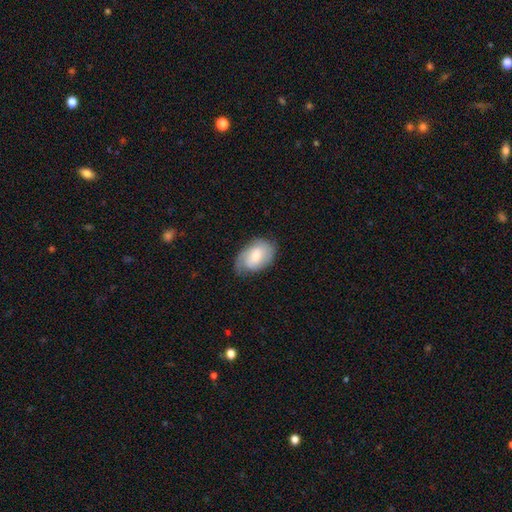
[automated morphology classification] Smooth or featured? smooth (52%)
How rounded? in between (87%)
Merging? none (64%)